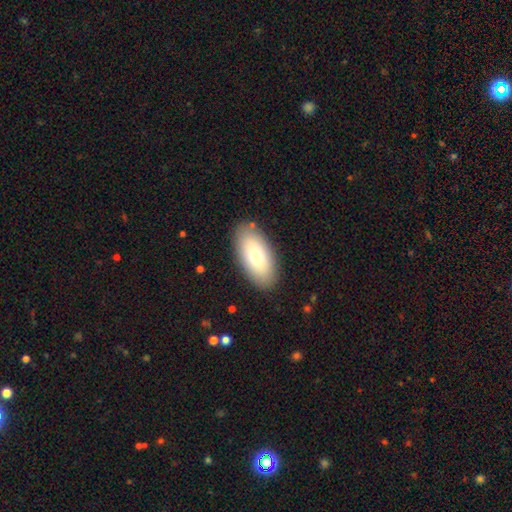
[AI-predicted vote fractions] The model was most divided on "smooth or featured": smooth: 74%, featured or disk: 19%, star or artifact: 7%. More confident: how rounded — in between (93%); merging — none (87%).